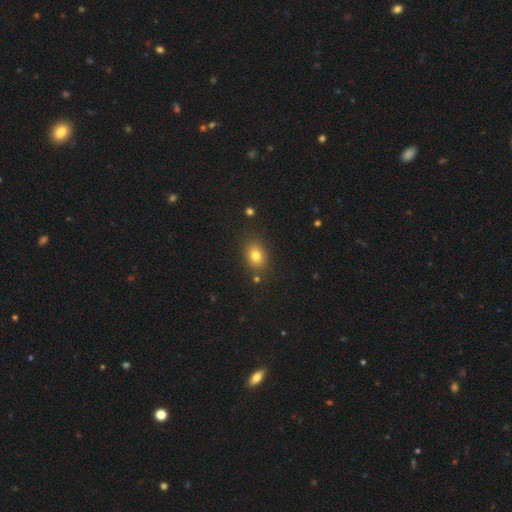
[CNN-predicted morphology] A smooth galaxy with no disk features (80%) that is in between round and cigar-shaped (66%).

Vote fractions:
- Smooth or featured? smooth: 80% / star or artifact: 12% / featured or disk: 9%
- How rounded? in between: 66% / round: 33% / cigar-shaped: 1%
- Merging? none: 81% / minor disturbance: 11% / merger: 4% / major disturbance: 3%